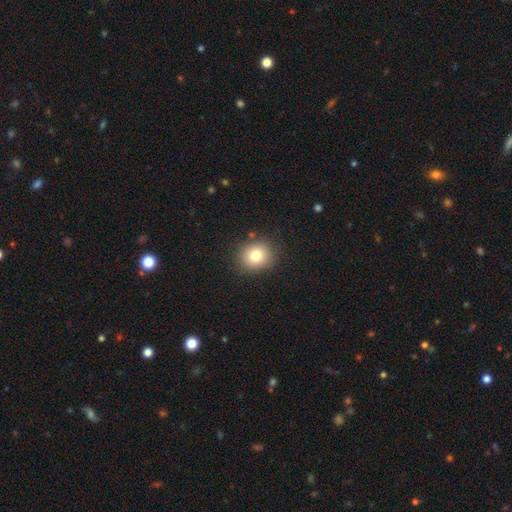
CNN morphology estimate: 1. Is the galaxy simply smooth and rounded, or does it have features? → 79% smooth, 12% star or artifact, 9% featured or disk.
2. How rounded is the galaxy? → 79% round, 21% in between, 1% cigar-shaped.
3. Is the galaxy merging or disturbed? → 87% none, 8% minor disturbance, 3% major disturbance, 2% merger.